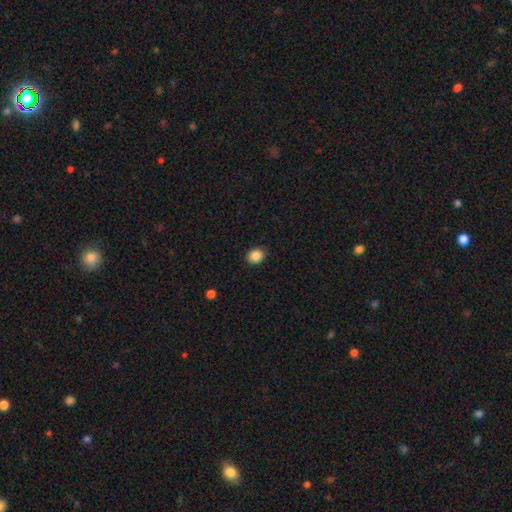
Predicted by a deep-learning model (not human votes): This is clearly a smooth galaxy (87%). How rounded: likely round (64%). Merging: clearly none (90%).